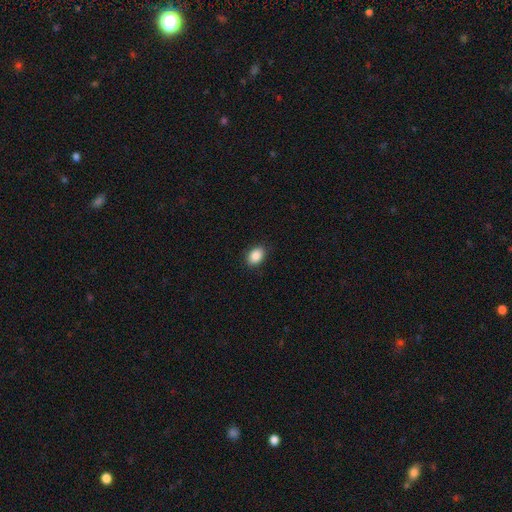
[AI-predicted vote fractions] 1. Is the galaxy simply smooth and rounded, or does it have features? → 88% smooth, 8% star or artifact, 4% featured or disk.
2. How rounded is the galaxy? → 81% in between, 18% round, 1% cigar-shaped.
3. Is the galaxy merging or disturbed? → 87% none, 10% minor disturbance, 2% major disturbance, 1% merger.